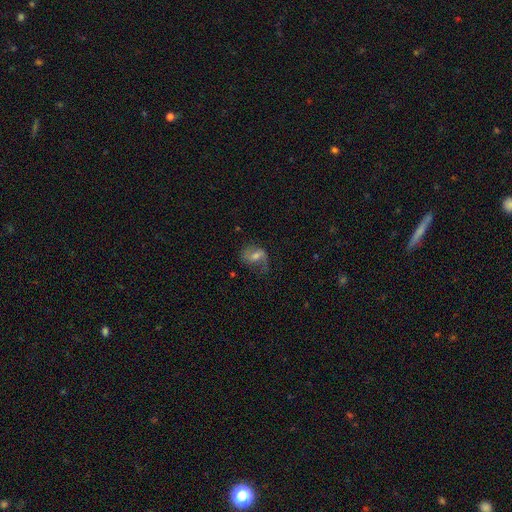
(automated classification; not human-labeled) A featured or disk galaxy (61%) with a weak bar (48%), 2 (71%) loose (54%) spiral arms (87%) and a moderate central bulge (54%).

Vote fractions:
- Smooth or featured? featured or disk: 61% / smooth: 30% / star or artifact: 9%
- Edge-on disk? no: 97% / yes: 3%
- Bar? weak: 48% / no: 29% / strong: 23%
- Spiral arms? yes: 87% / no: 13%
- Spiral winding? loose: 54% / medium: 36% / tight: 10%
- Spiral arm count? 2: 71% / 1: 20% / can't tell: 7% / 3: 1% / 4: 1% / more than 4: 1%
- Bulge size? moderate: 54% / small: 31% / large: 8% / none: 6% / dominant: 1%
- Merging? none: 55% / minor disturbance: 24% / major disturbance: 19% / merger: 2%